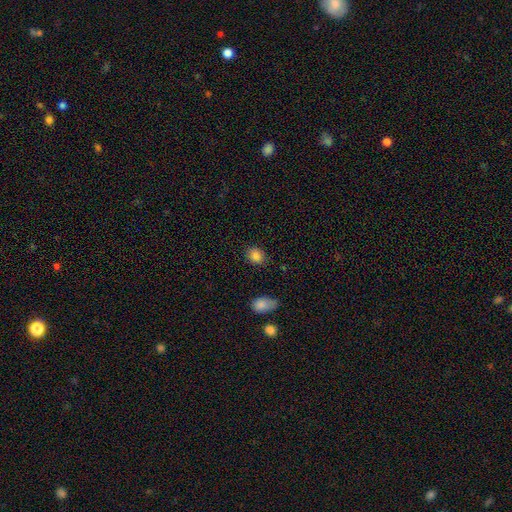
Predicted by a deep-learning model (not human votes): smooth 86%, star or artifact 10%, featured or disk 5%. Down the decision tree: how rounded — round (50%); merging — none (81%).